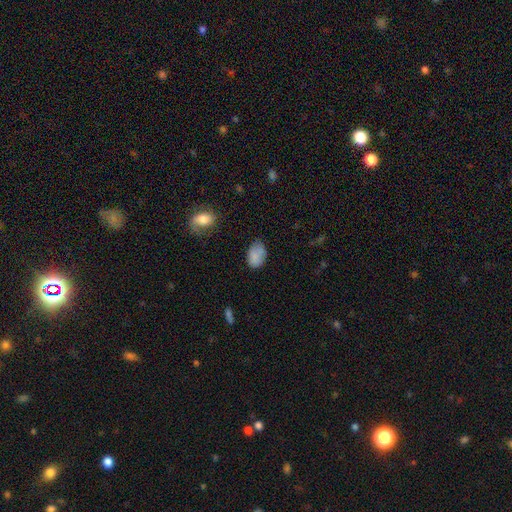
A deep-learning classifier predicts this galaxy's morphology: type=smooth (82%); roundness=in between (86%); merging=none (65%).